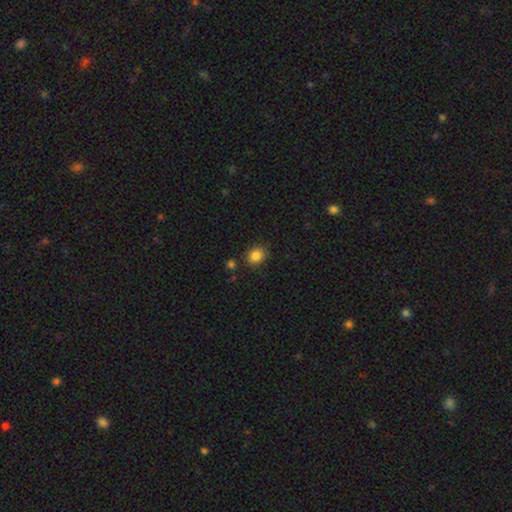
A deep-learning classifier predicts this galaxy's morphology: smooth_or_featured: smooth (p=0.85) [alt: star or artifact p=0.10]
how_rounded: round (p=0.63) [alt: in between p=0.36]
merging: none (p=0.83) [alt: minor disturbance p=0.10]